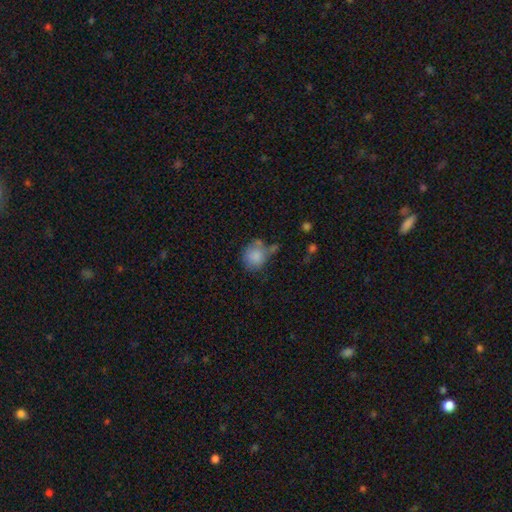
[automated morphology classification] Smooth or featured?
  - smooth: 83% *
  - featured or disk: 9%
  - star or artifact: 8%
How rounded?
  - round: 76% *
  - in between: 23%
  - cigar-shaped: 1%
Merging?
  - none: 45% *
  - minor disturbance: 26%
  - merger: 17%
  - major disturbance: 12%